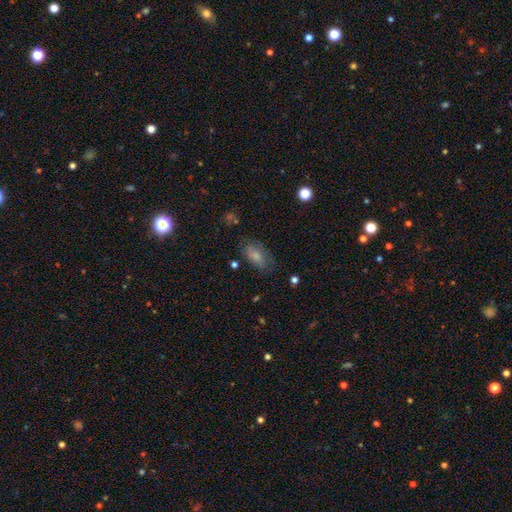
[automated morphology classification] Smooth or featured?
  - smooth: 74% *
  - featured or disk: 17%
  - star or artifact: 8%
How rounded?
  - in between: 90% *
  - cigar-shaped: 5%
  - round: 5%
Merging?
  - none: 64% *
  - minor disturbance: 24%
  - major disturbance: 10%
  - merger: 3%